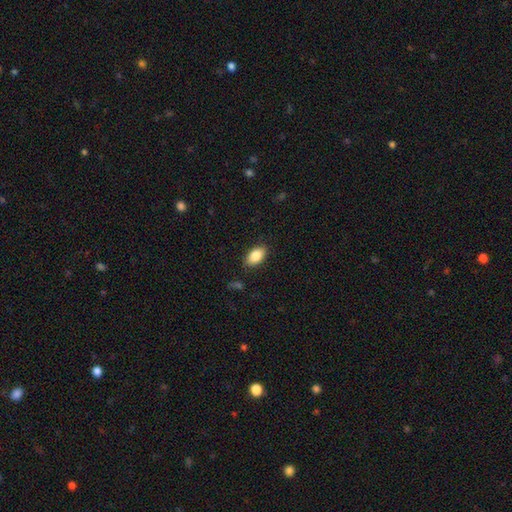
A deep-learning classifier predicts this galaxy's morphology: This appears to be a smooth galaxy with no disk features (85%) that is in between round and cigar-shaped (92%). Merging: none (86%).